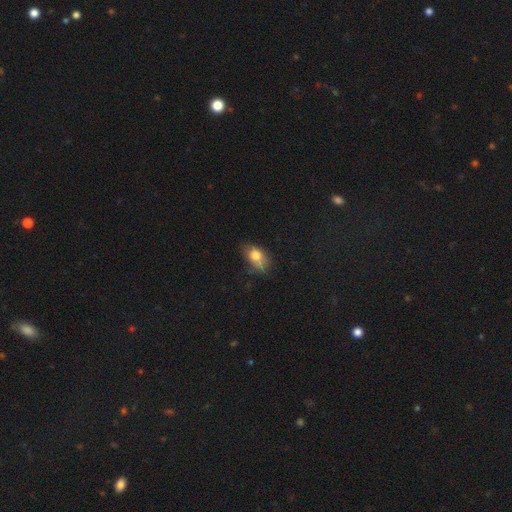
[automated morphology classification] A smooth galaxy with no disk features (75%) that is in between round and cigar-shaped (81%). Merging: none (45%).